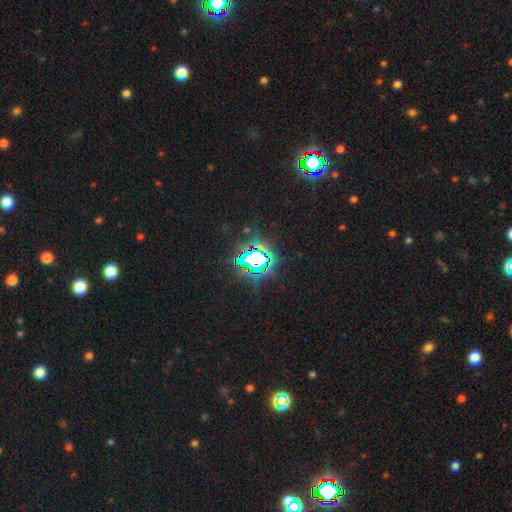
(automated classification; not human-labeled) Overall: star or artifact (74%).